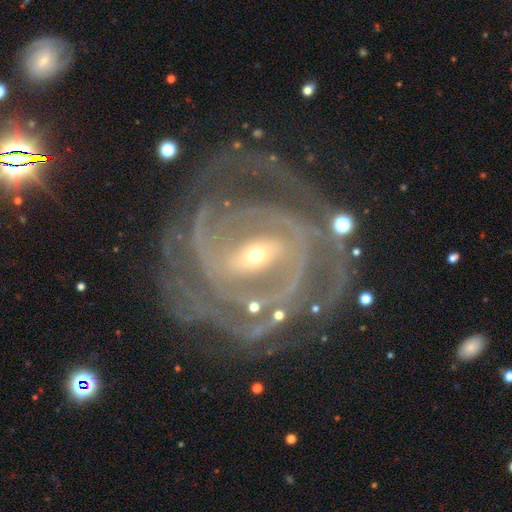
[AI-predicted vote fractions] Smooth or featured: featured or disk — 90% (star or artifact — 5%)
Edge-on disk: no — 97% (yes — 3%)
Bar: strong — 49% (weak — 33%)
Spiral arms: yes — 95% (no — 5%)
Spiral winding: tight — 61% (medium — 29%)
Spiral arm count: 2 — 32% (can't tell — 23%)
Bulge size: small — 70% (moderate — 25%)
Merging: none — 60% (major disturbance — 19%)